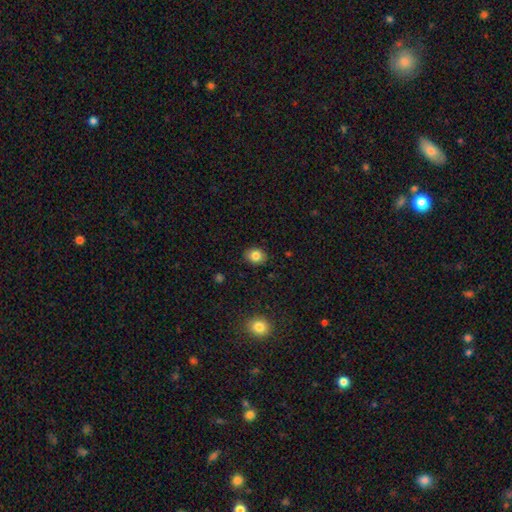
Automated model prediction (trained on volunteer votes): Smooth or featured? smooth (83%)
How rounded? round (51%)
Merging? none (87%)